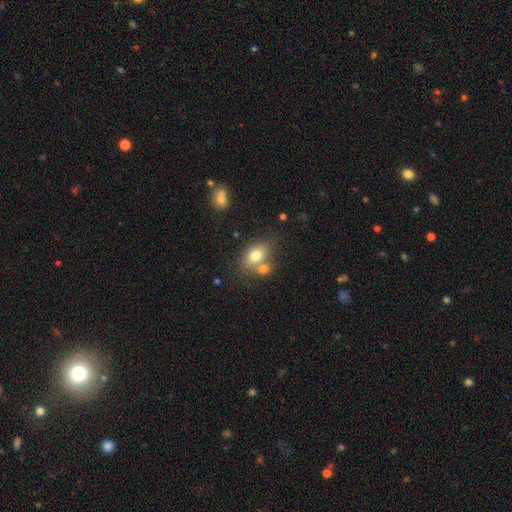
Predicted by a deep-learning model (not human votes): A smooth galaxy with no disk features (76%) that is in between round and cigar-shaped (77%).

Vote fractions:
- Smooth or featured? smooth: 76% / featured or disk: 15% / star or artifact: 9%
- How rounded? in between: 77% / round: 21% / cigar-shaped: 2%
- Merging? none: 50% / merger: 34% / minor disturbance: 12% / major disturbance: 4%